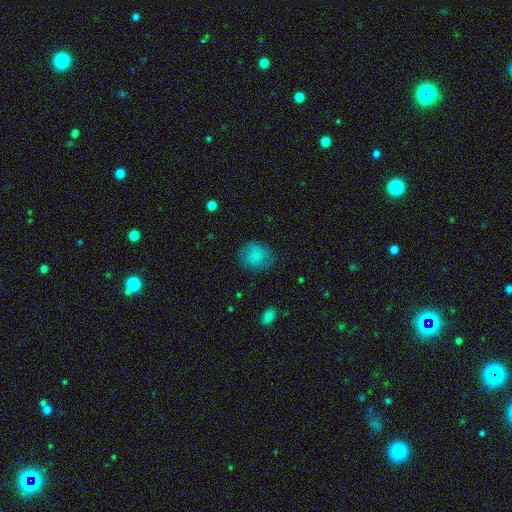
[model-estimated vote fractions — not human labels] Smooth or featured? Predicted: smooth (p=0.83). How rounded? Predicted: round (p=0.75). Merging? Predicted: none (p=0.79).